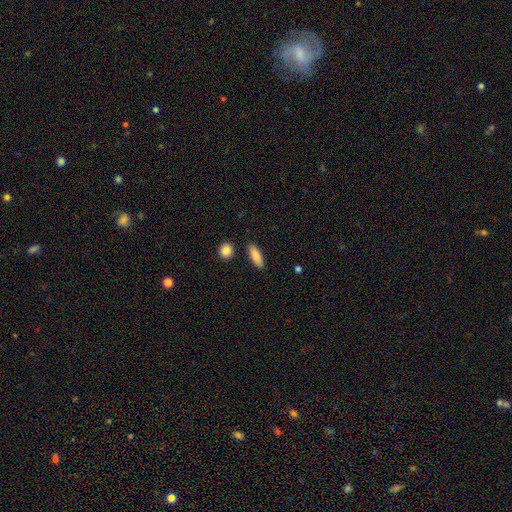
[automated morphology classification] This is clearly a smooth galaxy (86%). How rounded: likely in between (62%). Merging: clearly none (86%).